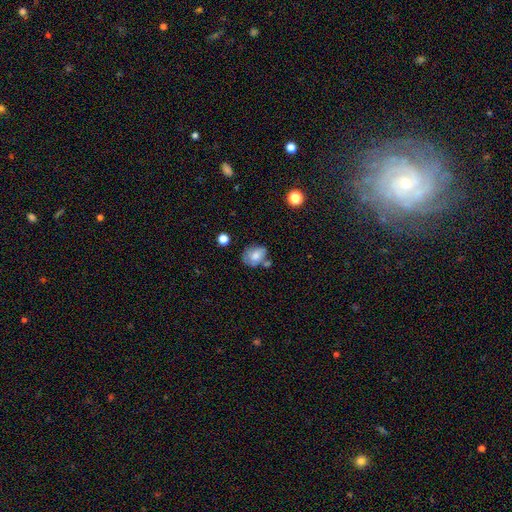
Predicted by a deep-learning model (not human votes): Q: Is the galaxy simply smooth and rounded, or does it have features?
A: smooth — 66%.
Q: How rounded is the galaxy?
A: in between — 62%.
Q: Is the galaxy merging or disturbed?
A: none — 46%.